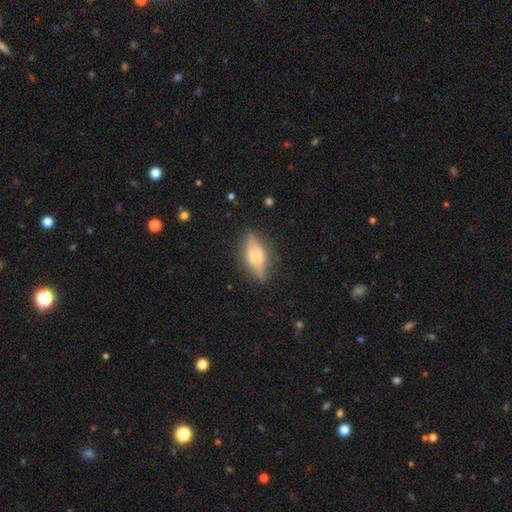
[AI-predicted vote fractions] Smooth or featured? Predicted: featured or disk (p=0.55). Edge-on disk? Predicted: yes (p=0.87). Merging? Predicted: none (p=0.76).